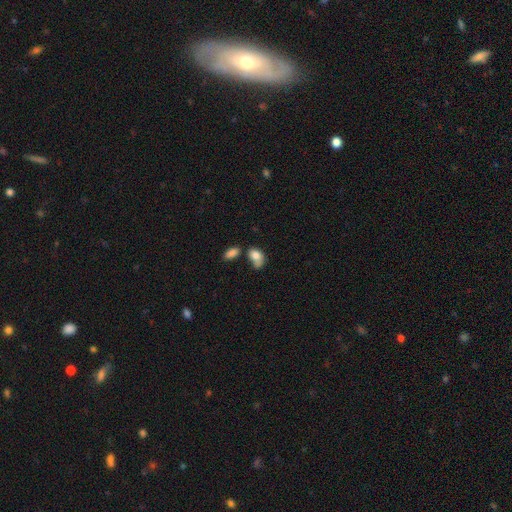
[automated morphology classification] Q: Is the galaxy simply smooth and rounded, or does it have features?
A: smooth — 80%.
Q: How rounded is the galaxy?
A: in between — 85%.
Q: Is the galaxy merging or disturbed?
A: none — 29%.